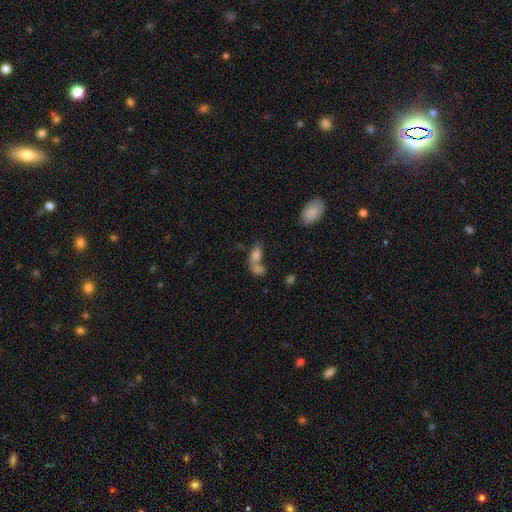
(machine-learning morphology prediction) smooth 75%, featured or disk 15%, star or artifact 10%. Down the decision tree: how rounded — in between (84%); merging — merger (63%).